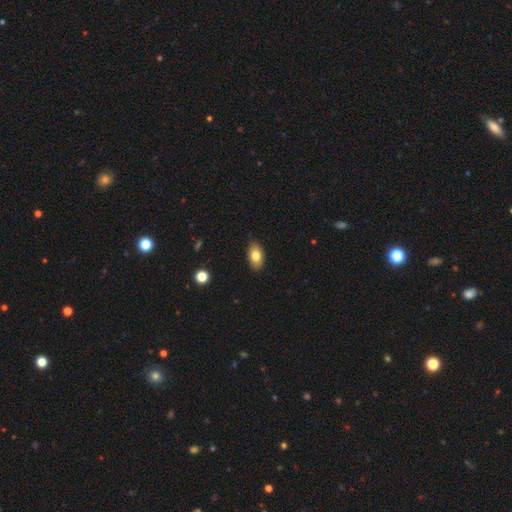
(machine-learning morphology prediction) Q: Smooth or featured?
A: smooth (80%); runner-up: featured or disk (12%)
Q: How rounded?
A: in between (91%); runner-up: round (7%)
Q: Merging?
A: none (86%); runner-up: minor disturbance (11%)